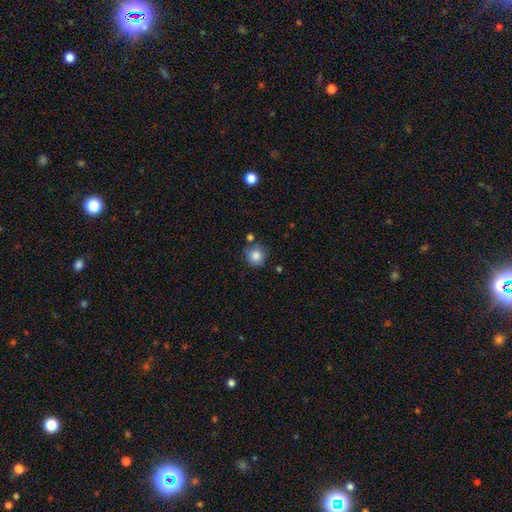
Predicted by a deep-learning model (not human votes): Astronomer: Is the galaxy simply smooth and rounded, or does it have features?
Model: smooth — 84%.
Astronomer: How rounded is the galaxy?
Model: round — 91%.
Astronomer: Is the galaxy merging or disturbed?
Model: none — 77%.